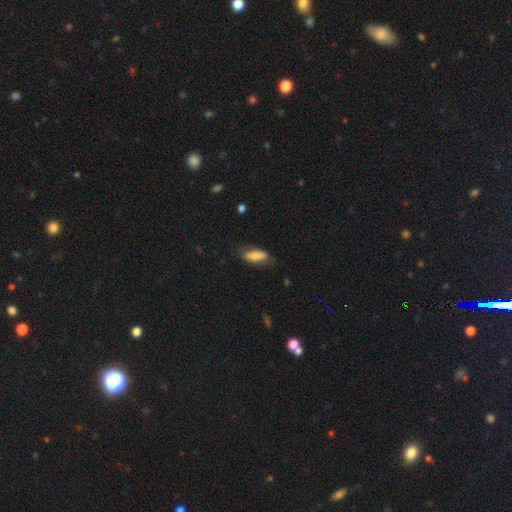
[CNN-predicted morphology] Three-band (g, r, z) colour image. It shows a smooth galaxy with no disk features (74%) that is in between round and cigar-shaped (73%). Merging: none (66%).